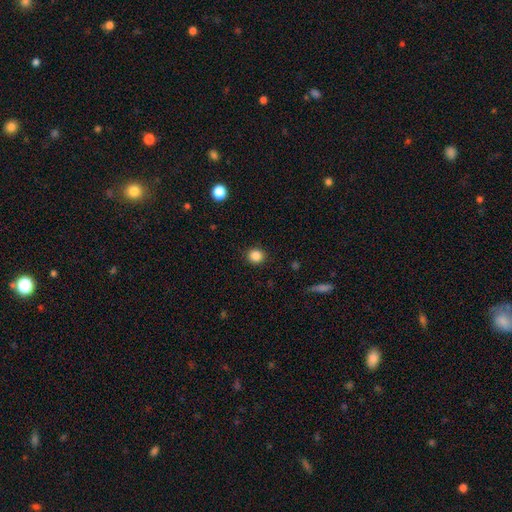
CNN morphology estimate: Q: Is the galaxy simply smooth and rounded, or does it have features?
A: smooth — 86%.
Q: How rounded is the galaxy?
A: round — 86%.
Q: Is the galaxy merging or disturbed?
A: none — 90%.